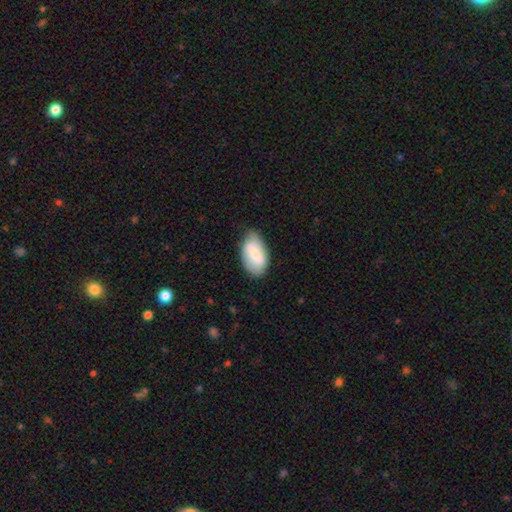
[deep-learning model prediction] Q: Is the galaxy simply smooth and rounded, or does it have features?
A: smooth — 77%.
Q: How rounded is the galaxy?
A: in between — 94%.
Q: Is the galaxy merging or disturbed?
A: none — 71%.